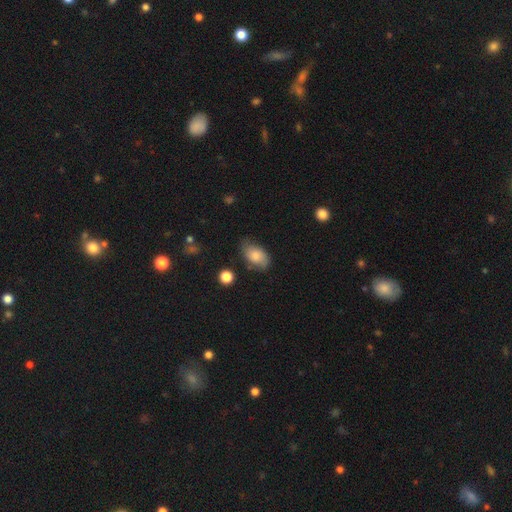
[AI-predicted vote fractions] Morphology: type=smooth (75%); roundness=in between (91%); merging=none (65%).